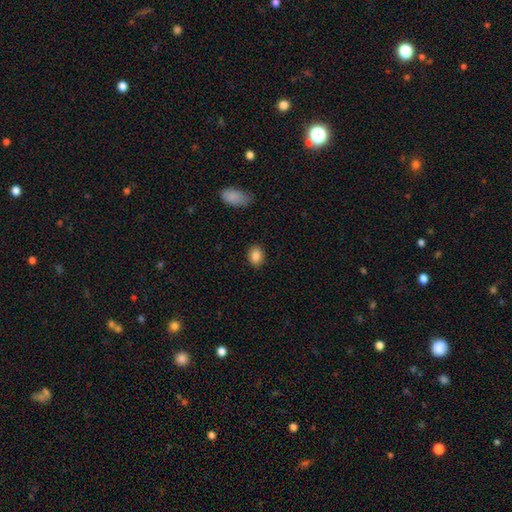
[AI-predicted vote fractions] Q: Smooth or featured?
A: smooth (86%); runner-up: star or artifact (9%)
Q: How rounded?
A: in between (61%); runner-up: round (38%)
Q: Merging?
A: none (87%); runner-up: minor disturbance (9%)